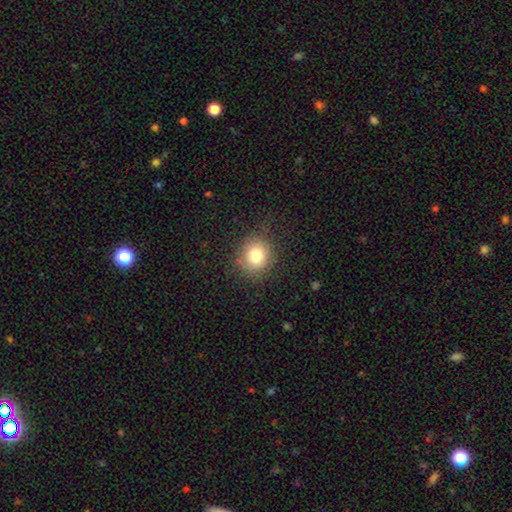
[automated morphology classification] smooth_or_featured: smooth (p=0.78) [alt: star or artifact p=0.12]
how_rounded: round (p=0.79) [alt: in between p=0.20]
merging: none (p=0.83) [alt: minor disturbance p=0.11]